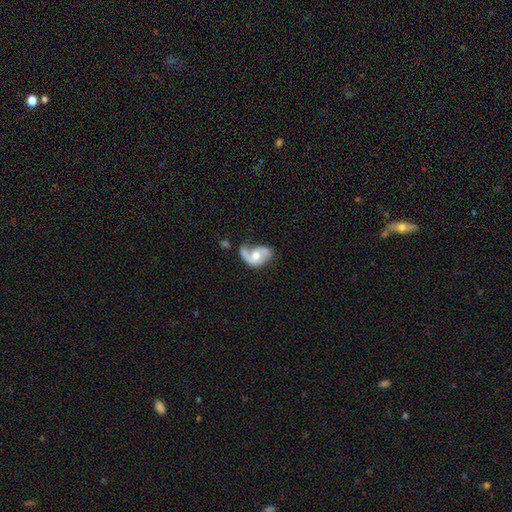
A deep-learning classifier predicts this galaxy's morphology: smooth_or_featured: featured or disk (p=0.77) [alt: smooth p=0.17]
disk_edge_on: no (p=0.97) [alt: yes p=0.03]
bar: no (p=0.56) [alt: weak p=0.34]
has_spiral_arms: yes (p=0.90) [alt: no p=0.10]
spiral_winding: loose (p=0.48) [alt: medium p=0.39]
spiral_arm_count: 2 (p=0.70) [alt: 1 p=0.23]
bulge_size: moderate (p=0.65) [alt: small p=0.21]
merging: none (p=0.40) [alt: minor disturbance p=0.25]